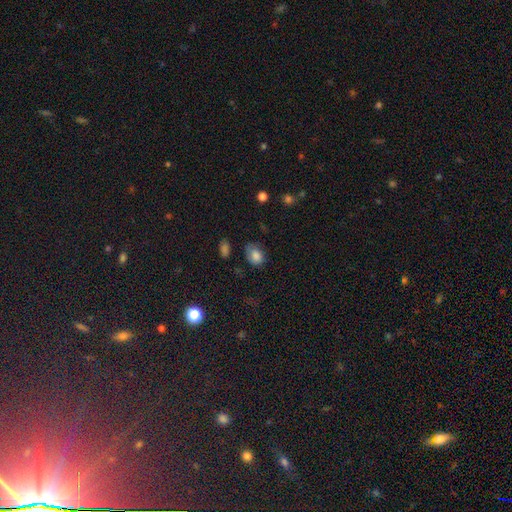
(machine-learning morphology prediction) This appears to be a smooth galaxy with no disk features (81%) that is in between round and cigar-shaped (70%). Merging: none (55%).